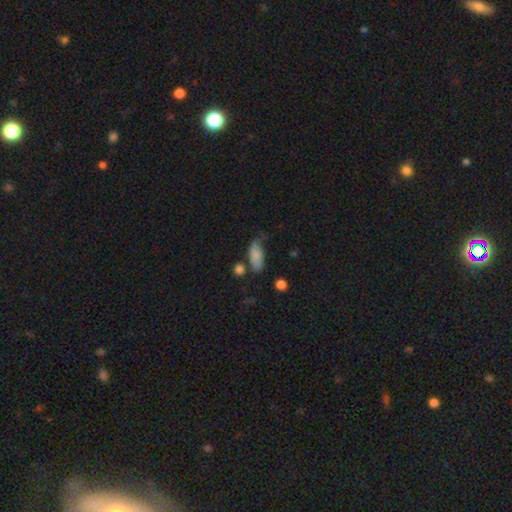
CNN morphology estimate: This is clearly a smooth galaxy (81%). How rounded: clearly in between (83%). Merging: possibly none (51%).